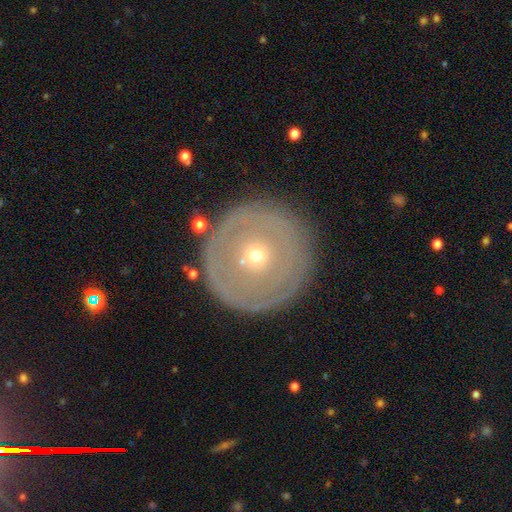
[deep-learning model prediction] Smooth or featured? featured or disk (57%)
Edge-on disk? no (94%)
Bar? no (88%)
Spiral arms? no (80%)
Bulge size? small (67%)
Merging? none (80%)